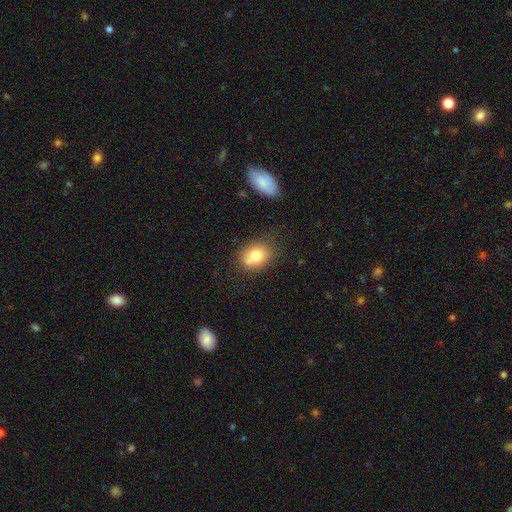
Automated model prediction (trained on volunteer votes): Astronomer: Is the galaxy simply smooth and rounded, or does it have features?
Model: smooth — 77%.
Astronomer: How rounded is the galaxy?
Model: in between — 59% (runner-up: round, 40%).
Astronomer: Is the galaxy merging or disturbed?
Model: none — 59%.